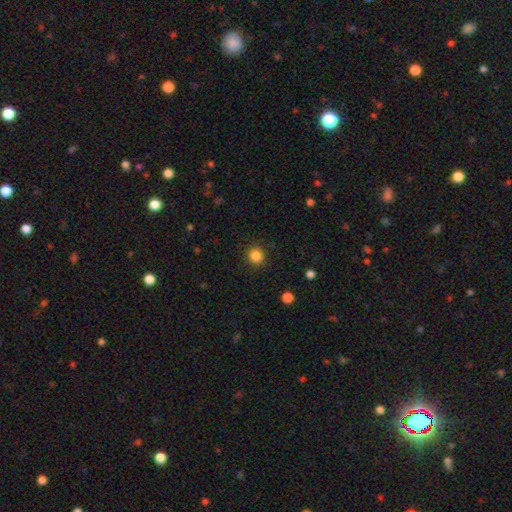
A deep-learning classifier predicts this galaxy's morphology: This appears to be a smooth galaxy with no disk features (85%) that is round (93%). Merging: none (91%).